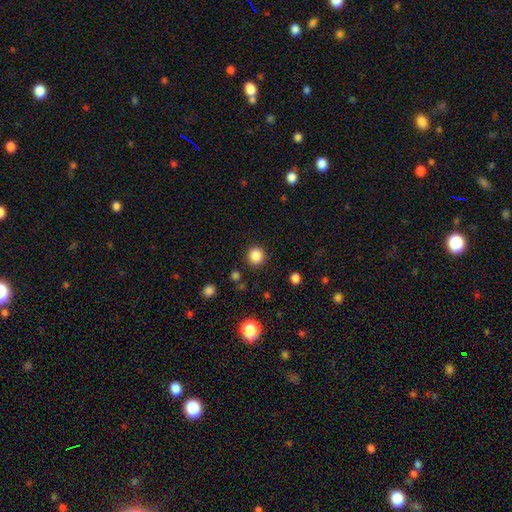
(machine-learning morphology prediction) This is clearly a smooth galaxy (85%). How rounded: clearly round (93%). Merging: clearly none (91%).